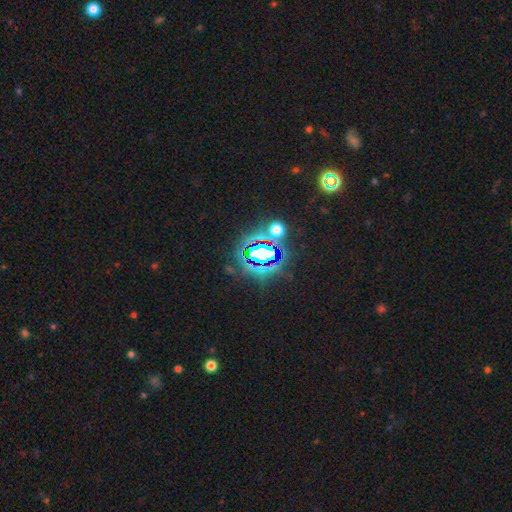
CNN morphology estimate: smooth_or_featured: star or artifact (p=0.76) [alt: smooth p=0.13]